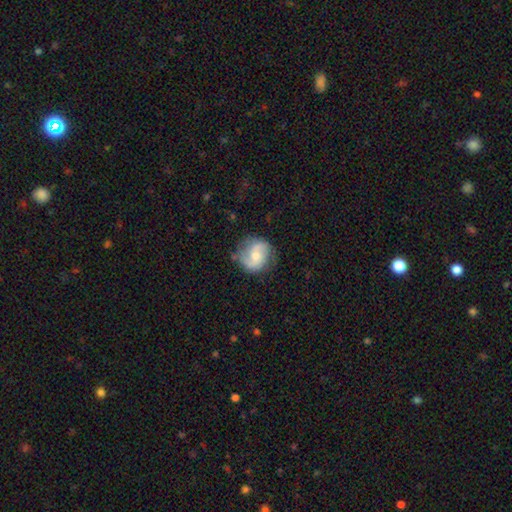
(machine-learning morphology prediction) This is likely a featured or disk galaxy (68%). It is clearly not viewed edge-on (98%). Bar: possibly no (54%). Spiral arm pattern: clearly yes (90%). Spiral arm count: clearly 2 (87%). Spiral winding: marginally medium (45%). Central bulge: likely moderate (61%). Merging: likely none (75%).